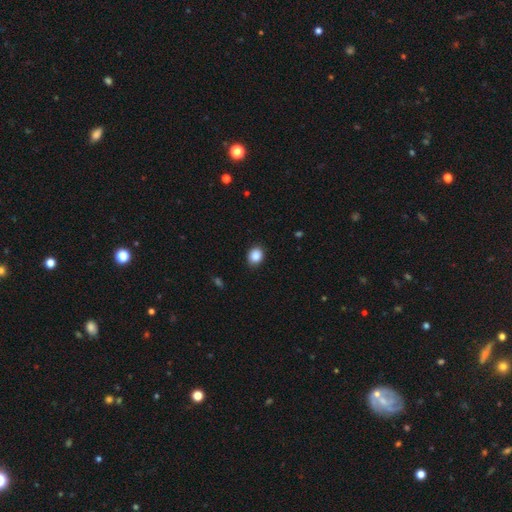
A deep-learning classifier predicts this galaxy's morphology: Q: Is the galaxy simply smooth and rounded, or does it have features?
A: smooth — 87%.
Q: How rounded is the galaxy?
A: round — 57%.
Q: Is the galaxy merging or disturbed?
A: none — 86%.